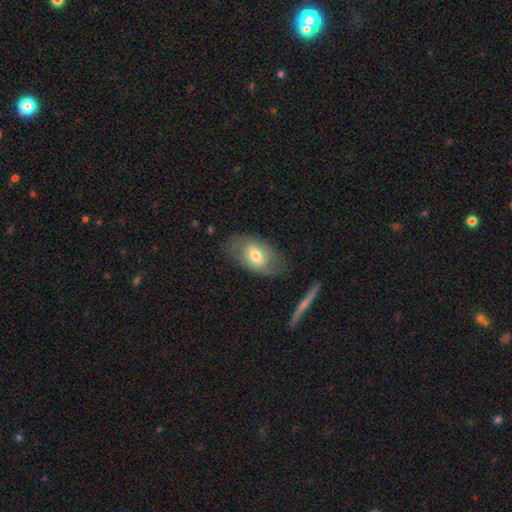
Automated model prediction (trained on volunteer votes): Smooth or featured? Predicted: smooth (p=0.57). How rounded? Predicted: in between (p=0.90). Merging? Predicted: none (p=0.71).